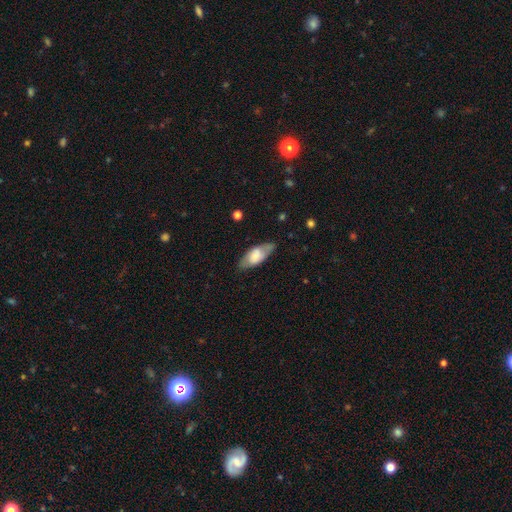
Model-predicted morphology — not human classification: The model was most divided on "smooth or featured": smooth: 62%, featured or disk: 32%, star or artifact: 6%. More confident: how rounded — in between (80%); merging — none (73%).